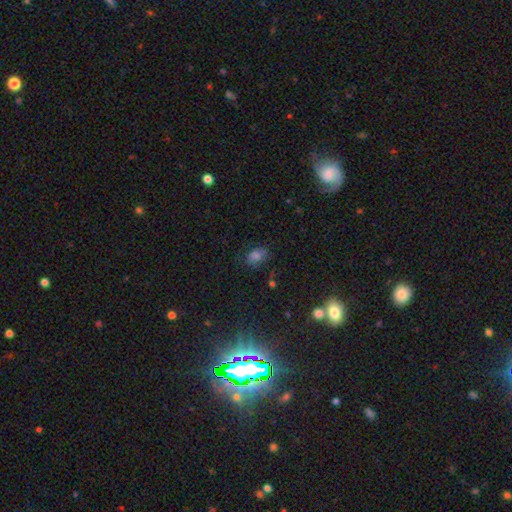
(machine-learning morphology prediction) smooth_or_featured: smooth (p=0.61) [alt: star or artifact p=0.28]
how_rounded: in between (p=0.79) [alt: round p=0.19]
merging: none (p=0.75) [alt: minor disturbance p=0.17]